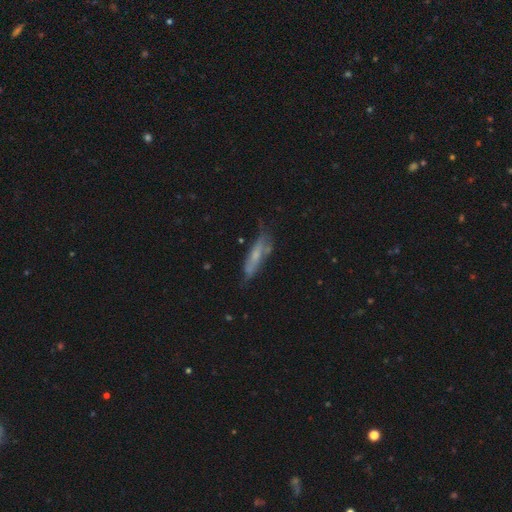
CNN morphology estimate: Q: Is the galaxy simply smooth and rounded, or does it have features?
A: smooth — 46%.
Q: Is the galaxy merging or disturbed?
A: none — 56%.